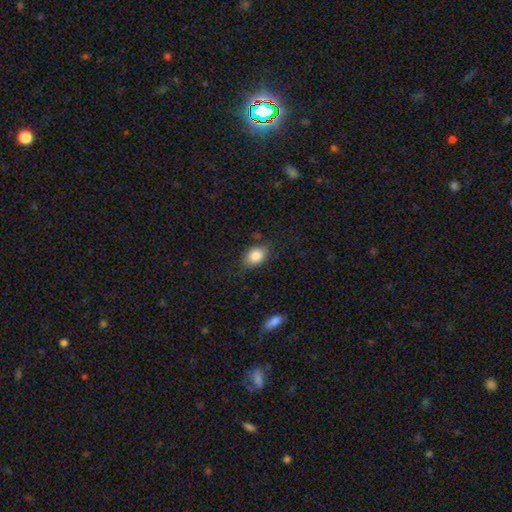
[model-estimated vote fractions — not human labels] Smooth or featured?
  - smooth: 85% *
  - star or artifact: 8%
  - featured or disk: 7%
How rounded?
  - in between: 75% *
  - round: 23%
  - cigar-shaped: 2%
Merging?
  - none: 76% *
  - minor disturbance: 17%
  - major disturbance: 5%
  - merger: 2%